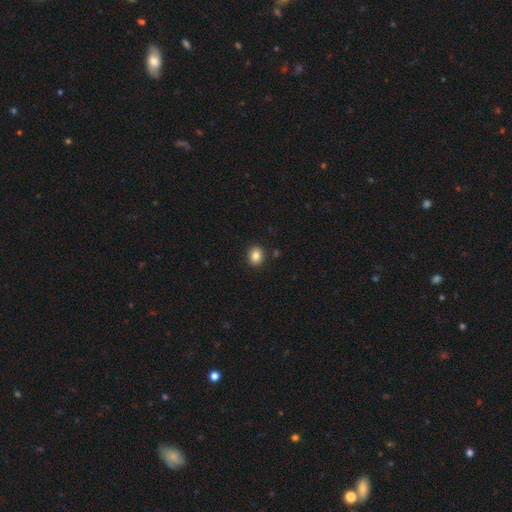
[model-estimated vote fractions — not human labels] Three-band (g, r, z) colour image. It shows a smooth galaxy with no disk features (84%) that is round (61%). Merging: none (89%).